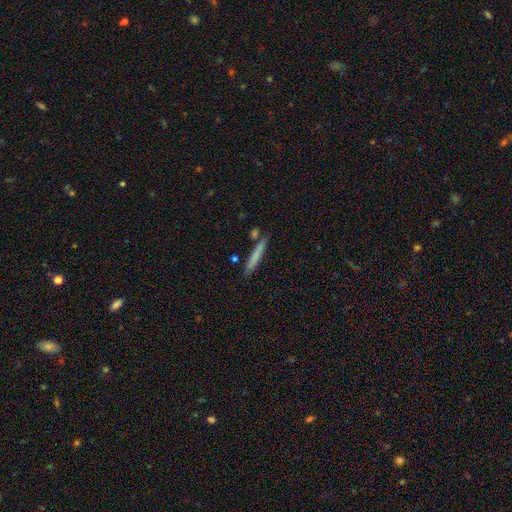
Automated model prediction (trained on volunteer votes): Smooth or featured? smooth (73%)
How rounded? cigar-shaped (95%)
Merging? none (80%)